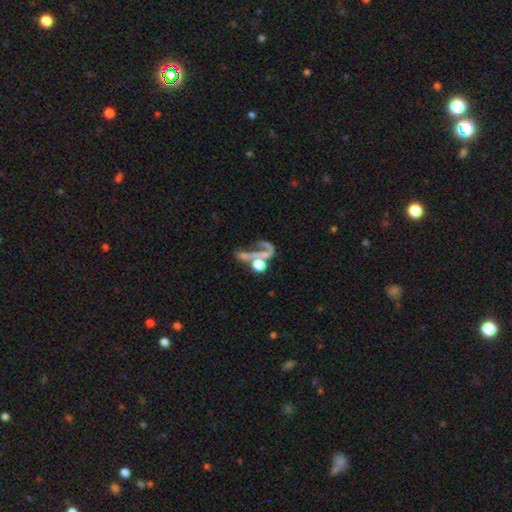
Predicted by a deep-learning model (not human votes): Smooth or featured?
  - featured or disk: 40% *
  - smooth: 31%
  - star or artifact: 28%
Merging?
  - merger: 40% *
  - none: 27%
  - major disturbance: 23%
  - minor disturbance: 10%